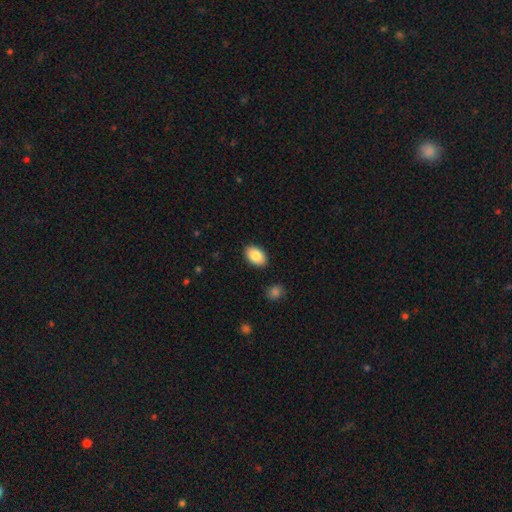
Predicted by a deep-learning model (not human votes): Smooth or featured? smooth (87%)
How rounded? in between (90%)
Merging? none (89%)